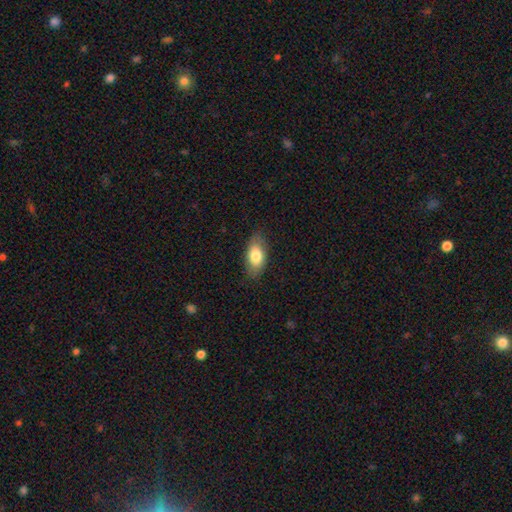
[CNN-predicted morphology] Q: Smooth or featured?
A: smooth (79%); runner-up: featured or disk (15%)
Q: How rounded?
A: in between (91%); runner-up: cigar-shaped (5%)
Q: Merging?
A: none (81%); runner-up: minor disturbance (15%)